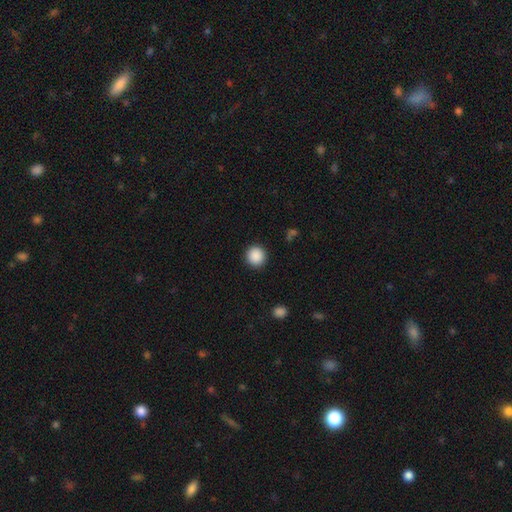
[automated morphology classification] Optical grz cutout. It shows a smooth galaxy with no disk features (89%) that is round (94%). Merging: none (92%).